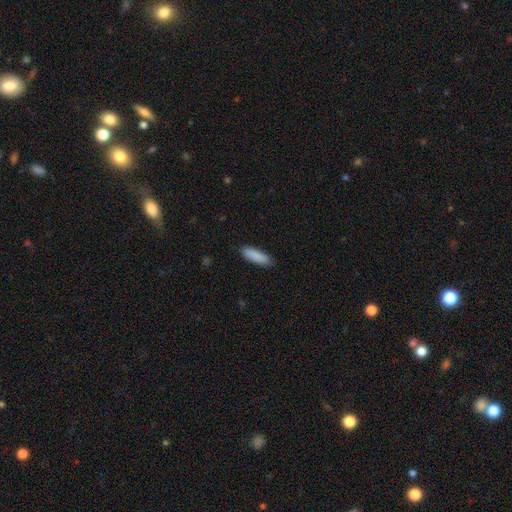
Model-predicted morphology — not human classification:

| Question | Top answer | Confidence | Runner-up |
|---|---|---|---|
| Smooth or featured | smooth | 89% | star or artifact (6%) |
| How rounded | cigar-shaped | 60% | in between (39%) |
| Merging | none | 87% | minor disturbance (10%) |